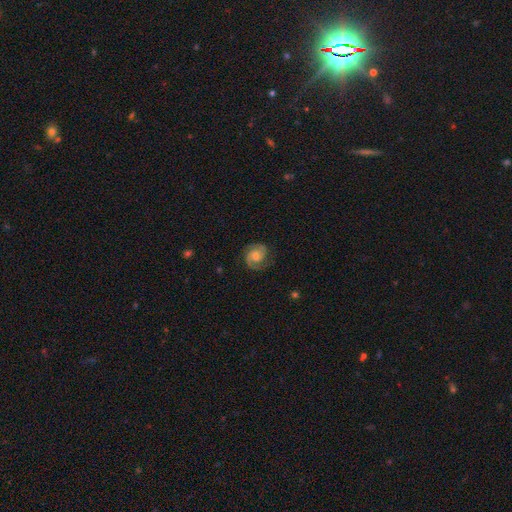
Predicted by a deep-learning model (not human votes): smooth_or_featured: featured or disk (p=0.83) [alt: smooth p=0.11]
disk_edge_on: no (p=0.98) [alt: yes p=0.02]
bar: no (p=0.57) [alt: weak p=0.36]
has_spiral_arms: yes (p=0.97) [alt: no p=0.03]
spiral_winding: medium (p=0.45) [alt: tight p=0.44]
spiral_arm_count: 2 (p=0.91) [alt: can't tell p=0.04]
bulge_size: moderate (p=0.55) [alt: small p=0.33]
merging: none (p=0.81) [alt: minor disturbance p=0.14]